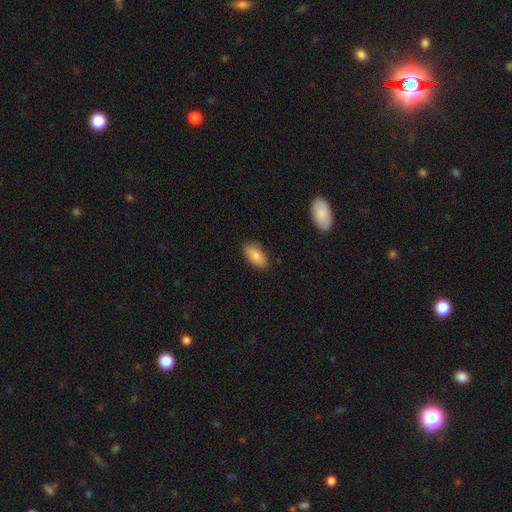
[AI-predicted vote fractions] smooth 86%, featured or disk 7%, star or artifact 7%. Down the decision tree: how rounded — in between (91%); merging — none (85%).